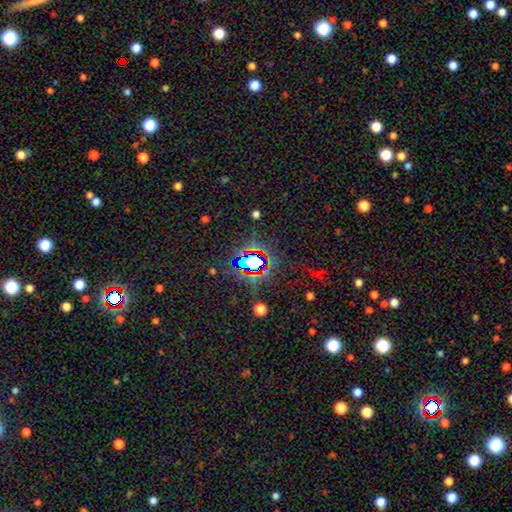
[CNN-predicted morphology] smooth-or-featured: star or artifact: 73% | smooth: 16% | featured or disk: 11%